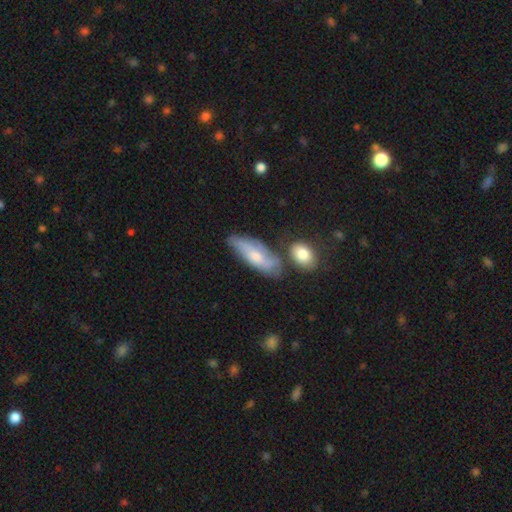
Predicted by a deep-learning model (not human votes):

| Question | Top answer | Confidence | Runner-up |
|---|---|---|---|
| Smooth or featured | smooth | 46% | tied: featured or disk (46%) |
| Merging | none | 54% | minor disturbance (23%) |